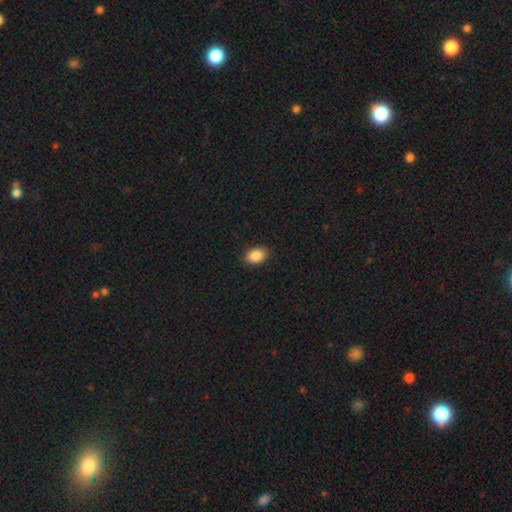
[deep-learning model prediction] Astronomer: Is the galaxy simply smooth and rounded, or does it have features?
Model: smooth — 88%.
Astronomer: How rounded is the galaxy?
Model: in between — 85%.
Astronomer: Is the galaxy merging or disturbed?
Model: none — 88%.